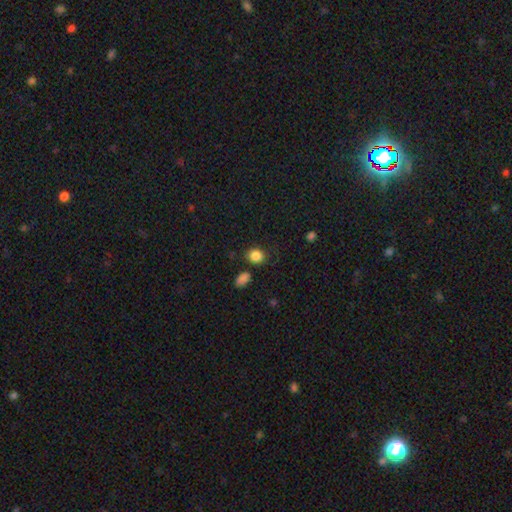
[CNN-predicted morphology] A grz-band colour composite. It shows a smooth galaxy with no disk features (85%) that is round (66%). Merging: none (76%).